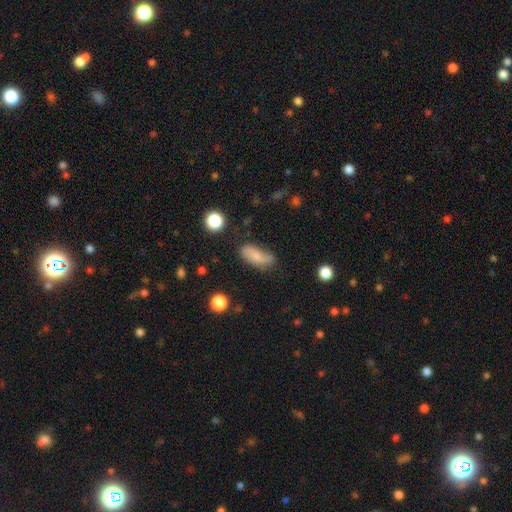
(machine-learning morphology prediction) Smooth or featured?
  - smooth: 67% *
  - featured or disk: 24%
  - star or artifact: 9%
How rounded?
  - in between: 83% *
  - cigar-shaped: 12%
  - round: 5%
Merging?
  - none: 60% *
  - minor disturbance: 27%
  - major disturbance: 9%
  - merger: 4%